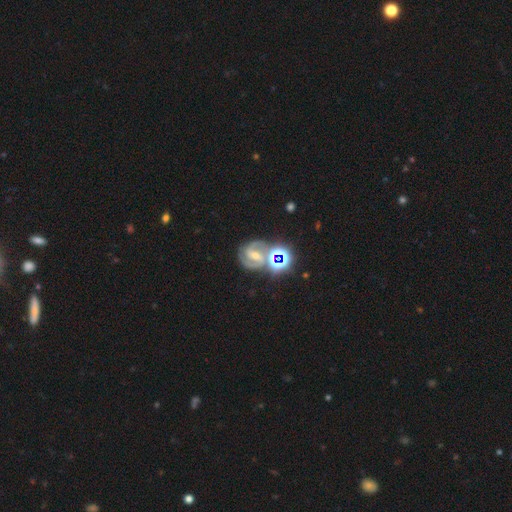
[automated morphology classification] Smooth or featured? featured or disk (73%)
Edge-on disk? no (98%)
Bar? weak (44%)
Spiral arms? yes (95%)
Spiral winding? medium (52%)
Spiral arm count? 2 (82%)
Bulge size? small (50%)
Merging? none (62%)